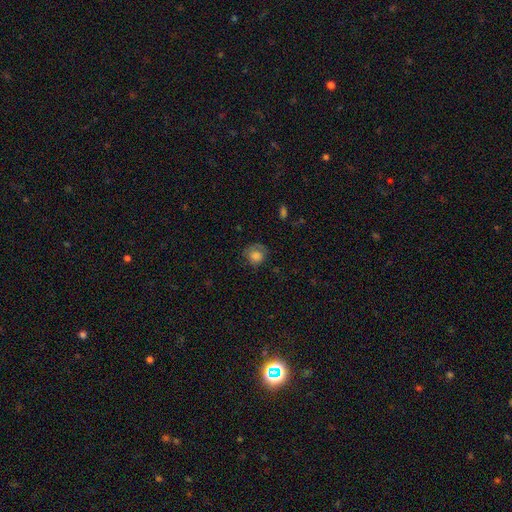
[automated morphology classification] Q: Smooth or featured?
A: smooth (71%); runner-up: featured or disk (19%)
Q: How rounded?
A: round (81%); runner-up: in between (18%)
Q: Merging?
A: none (61%); runner-up: minor disturbance (22%)